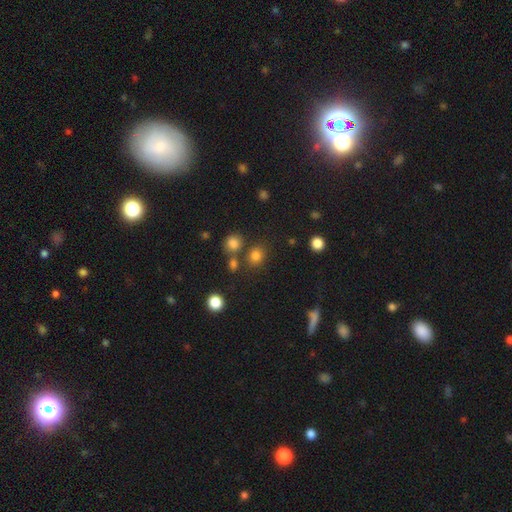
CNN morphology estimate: type=smooth (79%); roundness=round (74%); merging=none (75%).